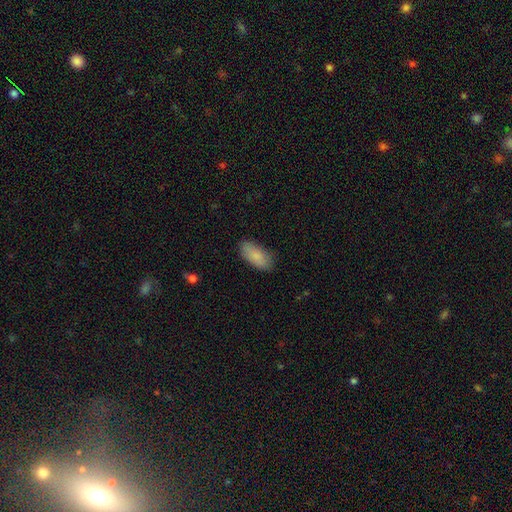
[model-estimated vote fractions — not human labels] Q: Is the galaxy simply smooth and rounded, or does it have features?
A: smooth — 85%.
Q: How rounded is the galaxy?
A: in between — 89%.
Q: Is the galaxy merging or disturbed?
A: none — 84%.